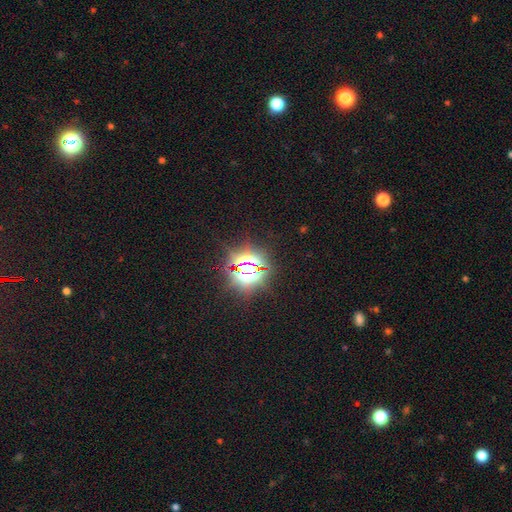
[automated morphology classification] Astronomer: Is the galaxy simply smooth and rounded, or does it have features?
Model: star or artifact — 82%.